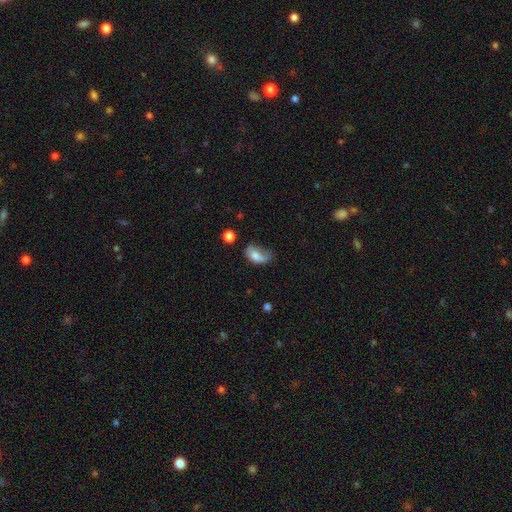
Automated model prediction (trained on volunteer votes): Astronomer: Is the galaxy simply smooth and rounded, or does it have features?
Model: smooth — 73%.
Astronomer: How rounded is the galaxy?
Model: in between — 89%.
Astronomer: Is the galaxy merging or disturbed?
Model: minor disturbance — 39% (runner-up: major disturbance, 29%).